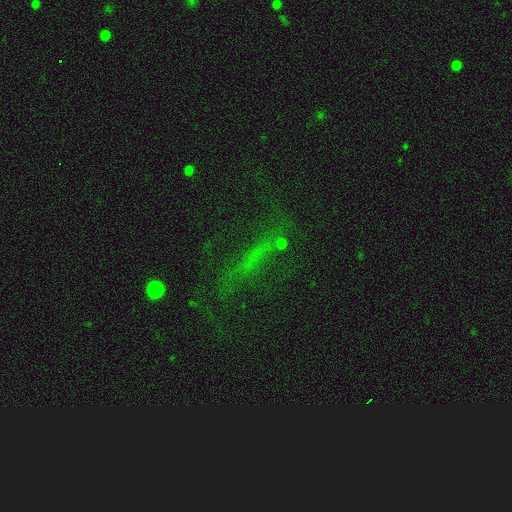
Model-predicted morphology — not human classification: smooth-or-featured: star or artifact: 44% | smooth: 33% | featured or disk: 23%